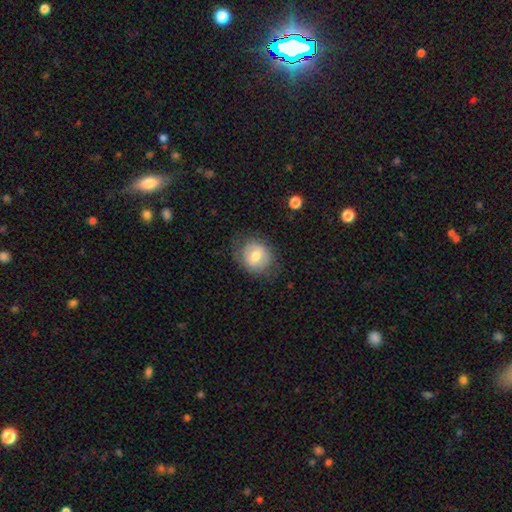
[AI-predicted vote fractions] Q: Smooth or featured?
A: smooth (60%); runner-up: featured or disk (32%)
Q: How rounded?
A: round (73%); runner-up: in between (26%)
Q: Merging?
A: none (71%); runner-up: minor disturbance (19%)